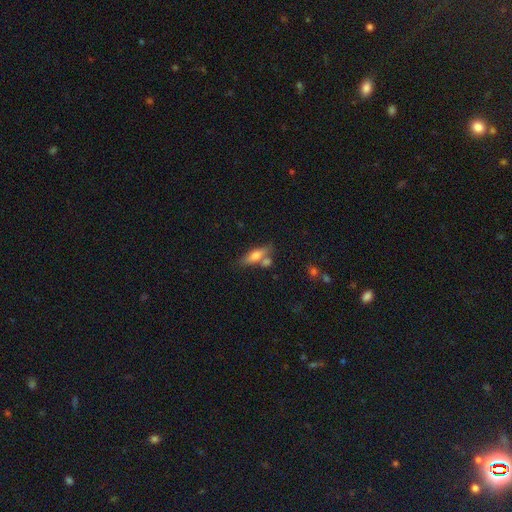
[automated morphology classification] smooth_or_featured: smooth (p=0.65) [alt: featured or disk p=0.28]
how_rounded: in between (p=0.51) [alt: cigar-shaped p=0.46]
merging: none (p=0.56) [alt: merger p=0.26]